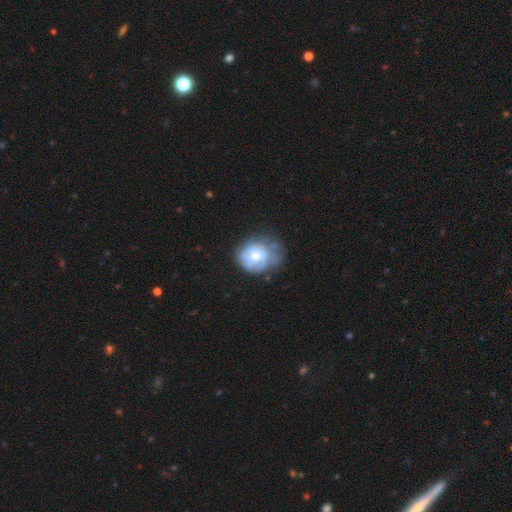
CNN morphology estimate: Smooth or featured? Predicted: featured or disk (p=0.49). Merging? Predicted: none (p=0.43).